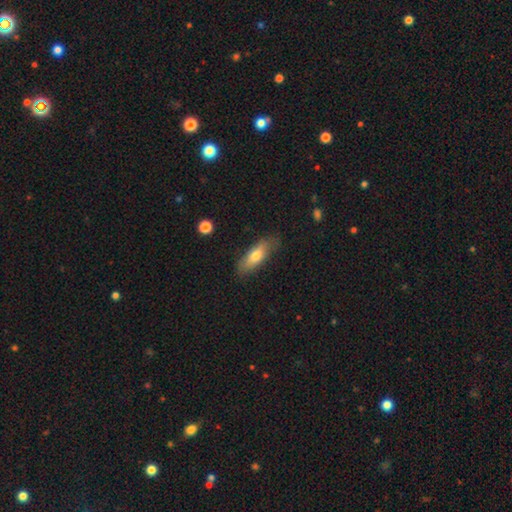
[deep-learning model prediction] Smooth or featured? Predicted: smooth (p=0.72). How rounded? Predicted: in between (p=0.62). Merging? Predicted: none (p=0.77).